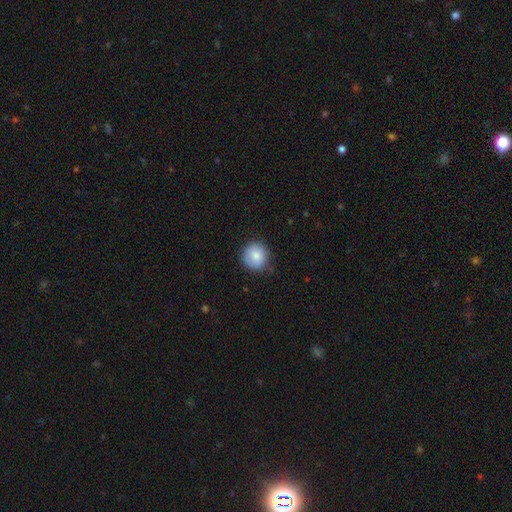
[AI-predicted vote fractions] smooth_or_featured: smooth (p=0.83) [alt: featured or disk p=0.10]
how_rounded: round (p=0.92) [alt: in between p=0.07]
merging: none (p=0.77) [alt: minor disturbance p=0.18]